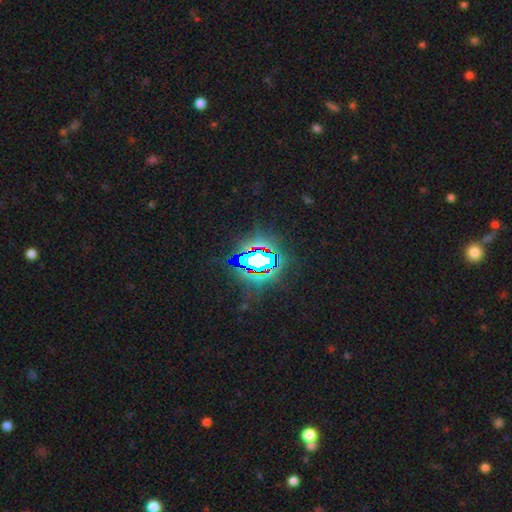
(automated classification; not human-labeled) smooth-or-featured: star or artifact: 75% | smooth: 12% | featured or disk: 12%